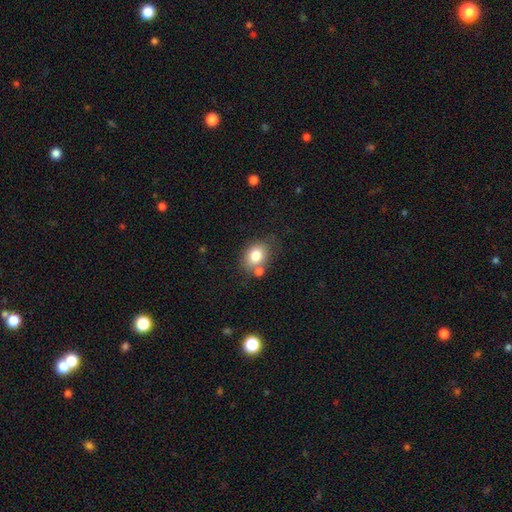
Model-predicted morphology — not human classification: Smooth or featured: smooth — 79% (featured or disk — 11%)
How rounded: in between — 64% (round — 35%)
Merging: none — 60% (merger — 19%)